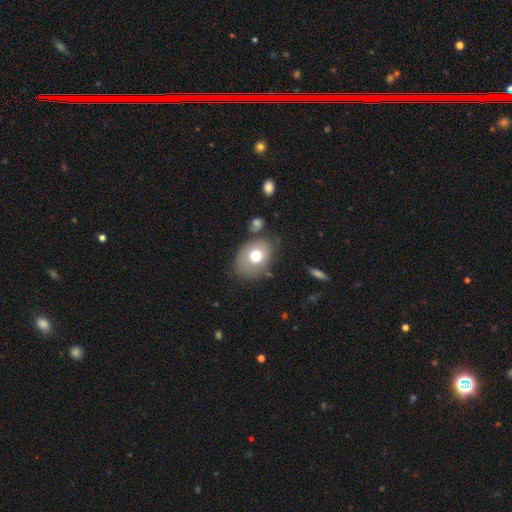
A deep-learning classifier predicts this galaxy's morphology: Smooth or featured?
  - smooth: 70% *
  - featured or disk: 21%
  - star or artifact: 9%
How rounded?
  - in between: 62% *
  - round: 37%
  - cigar-shaped: 1%
Merging?
  - none: 62% *
  - minor disturbance: 23%
  - major disturbance: 9%
  - merger: 6%